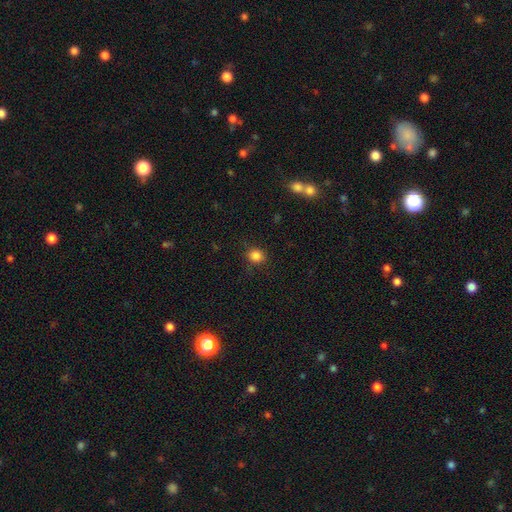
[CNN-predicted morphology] Q: Smooth or featured?
A: smooth (84%); runner-up: star or artifact (12%)
Q: How rounded?
A: round (81%); runner-up: in between (18%)
Q: Merging?
A: none (84%); runner-up: minor disturbance (11%)